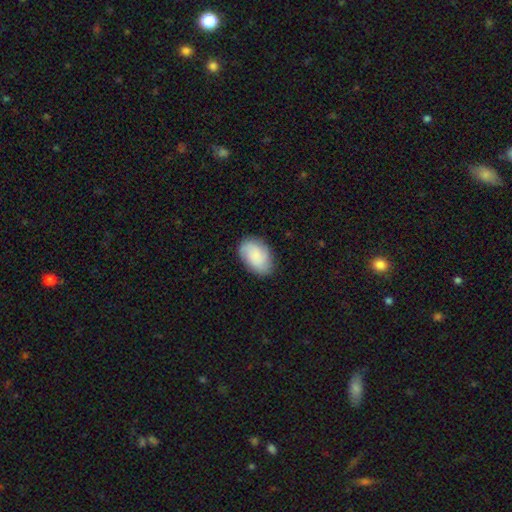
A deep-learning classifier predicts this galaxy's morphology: A smooth galaxy with no disk features (65%) that is in between round and cigar-shaped (88%).

Vote fractions:
- Smooth or featured? smooth: 65% / featured or disk: 28% / star or artifact: 7%
- How rounded? in between: 88% / round: 10% / cigar-shaped: 1%
- Merging? none: 80% / minor disturbance: 15% / major disturbance: 4% / merger: 1%